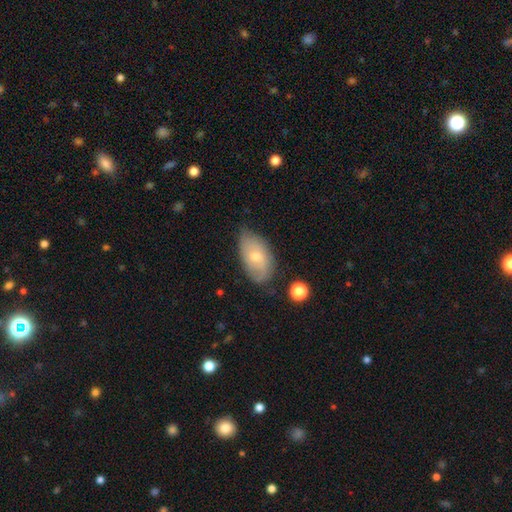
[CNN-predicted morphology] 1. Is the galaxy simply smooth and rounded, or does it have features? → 56% smooth, 37% featured or disk, 7% star or artifact.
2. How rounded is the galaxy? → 93% in between, 4% round, 3% cigar-shaped.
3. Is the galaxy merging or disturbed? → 65% none, 28% minor disturbance, 5% major disturbance, 2% merger.